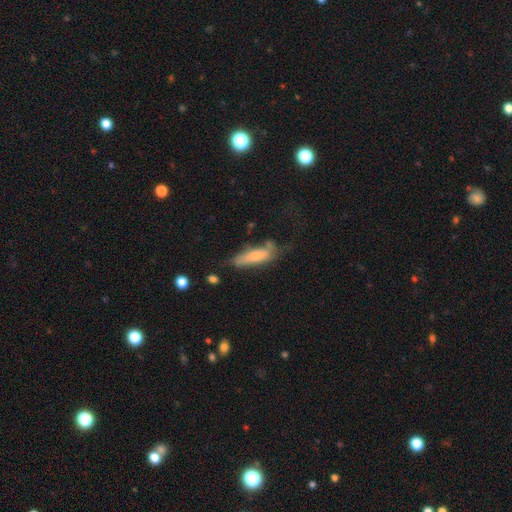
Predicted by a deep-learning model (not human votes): Overall: smooth (68%). How rounded: cigar-shaped (56%; in between 42%). Merging: none (46%; minor disturbance 30%).